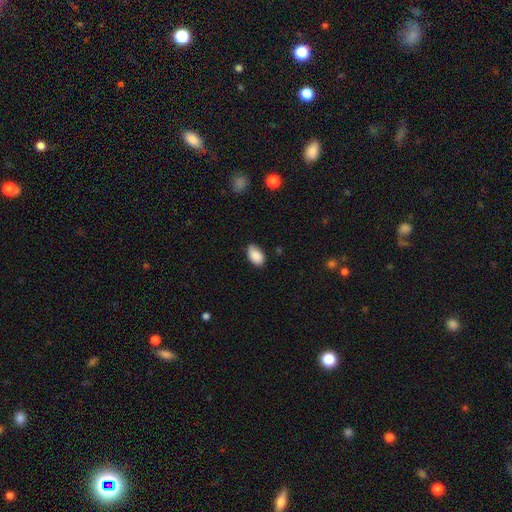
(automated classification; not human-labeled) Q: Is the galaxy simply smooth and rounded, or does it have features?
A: smooth — 89%.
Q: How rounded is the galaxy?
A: in between — 90%.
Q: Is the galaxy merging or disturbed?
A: none — 72%.